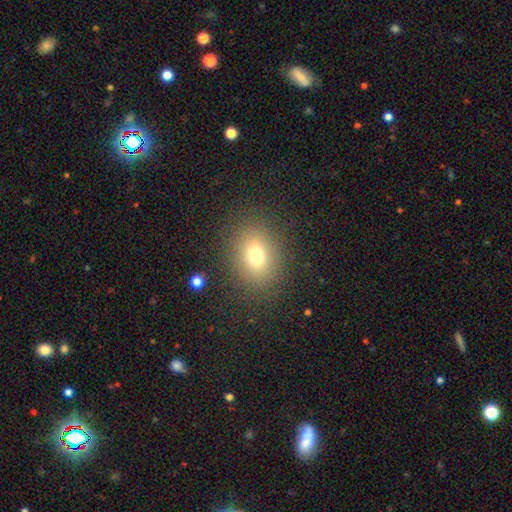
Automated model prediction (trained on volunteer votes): The model was most divided on "how rounded": round: 50%, in between: 49%, cigar-shaped: 1%. More confident: merging — none (85%); smooth or featured — smooth (72%).